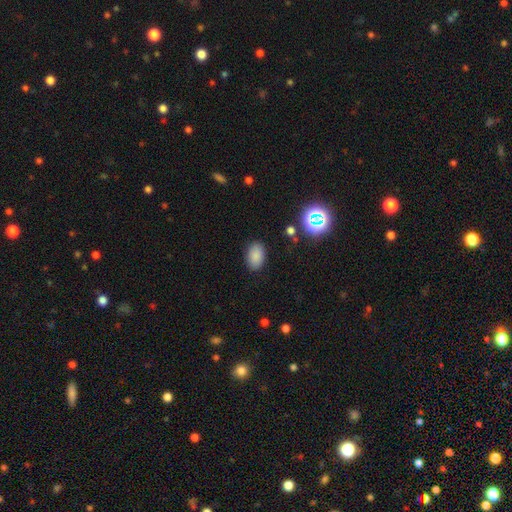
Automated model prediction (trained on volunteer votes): A smooth galaxy with no disk features (83%) that is in between round and cigar-shaped (90%). Merging: none (86%).